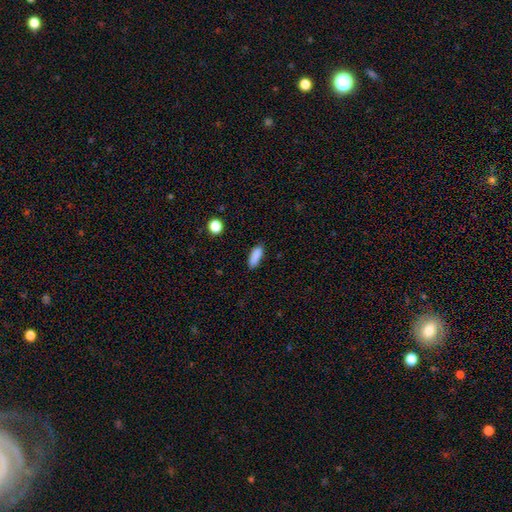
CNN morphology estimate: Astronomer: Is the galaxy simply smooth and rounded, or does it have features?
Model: smooth — 88%.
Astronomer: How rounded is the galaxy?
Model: in between — 66%.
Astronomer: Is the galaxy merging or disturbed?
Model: none — 84%.